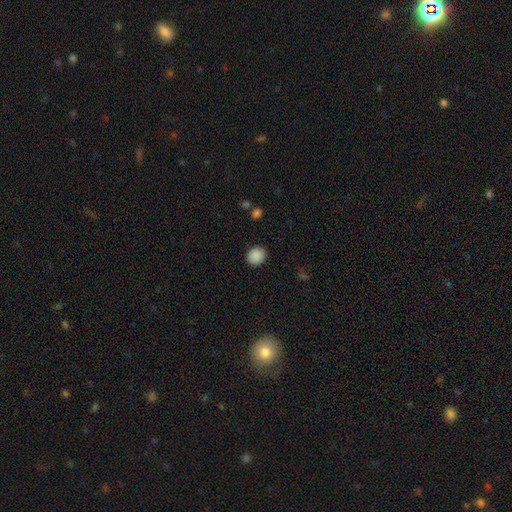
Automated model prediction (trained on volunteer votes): Q: Smooth or featured?
A: smooth (89%); runner-up: star or artifact (8%)
Q: How rounded?
A: round (74%); runner-up: in between (25%)
Q: Merging?
A: none (90%); runner-up: minor disturbance (7%)